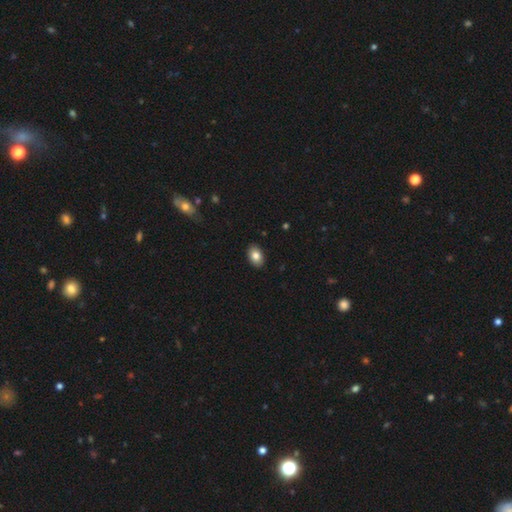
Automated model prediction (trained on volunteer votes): smooth_or_featured: smooth (p=0.83) [alt: featured or disk p=0.09]
how_rounded: in between (p=0.87) [alt: round p=0.12]
merging: none (p=0.90) [alt: minor disturbance p=0.08]